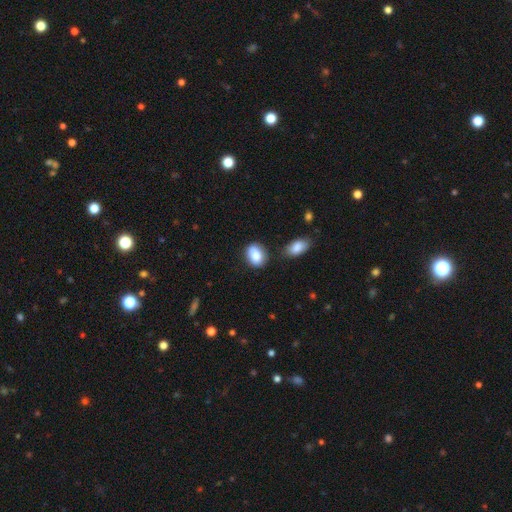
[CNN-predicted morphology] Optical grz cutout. It shows a smooth galaxy with no disk features (82%) that is in between round and cigar-shaped (68%). Merging: none (70%).